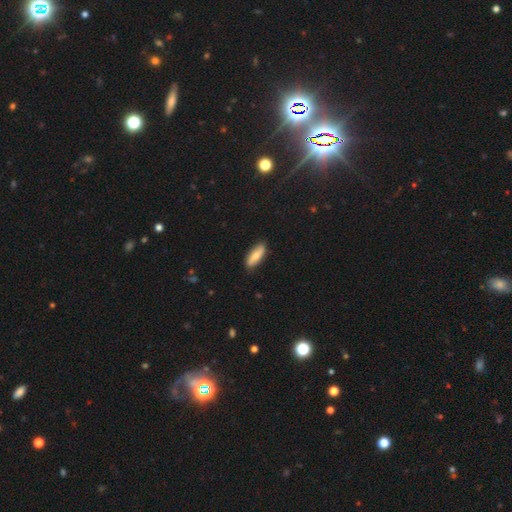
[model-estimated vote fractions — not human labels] The model was most divided on "how rounded": in between: 60%, cigar-shaped: 37%, round: 2%. More confident: merging — none (85%); smooth or featured — smooth (72%).